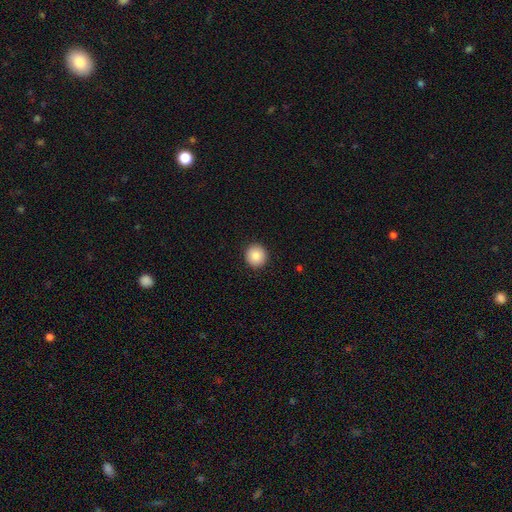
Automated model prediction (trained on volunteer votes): Morphology: type=smooth (87%); roundness=round (94%); merging=none (93%).